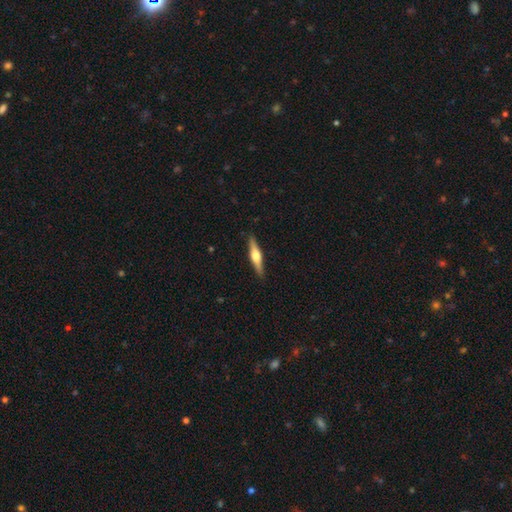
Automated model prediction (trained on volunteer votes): featured or disk 64%, smooth 31%, star or artifact 5%. Down the decision tree: edge-on disk — yes (97%); edge-on bulge — rounded (92%); merging — none (90%).